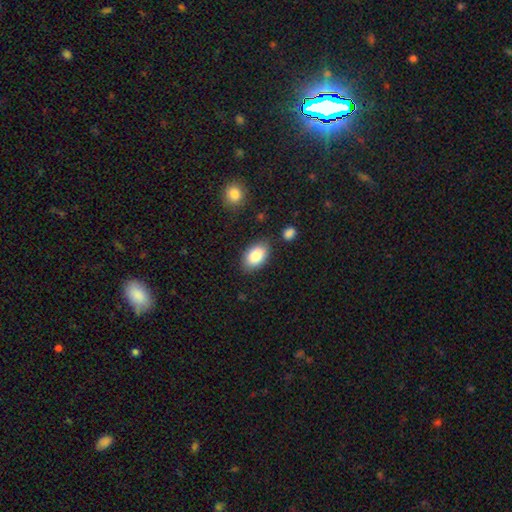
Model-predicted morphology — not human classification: The model was most divided on "merging": none: 81%, minor disturbance: 13%, merger: 3%, major disturbance: 3%. More confident: how rounded — in between (91%); smooth or featured — smooth (87%).